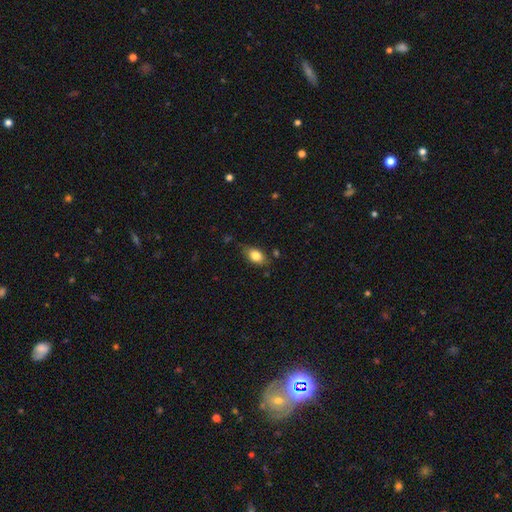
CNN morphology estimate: Overall: smooth (81%). How rounded: in between (84%). Merging: none (71%).